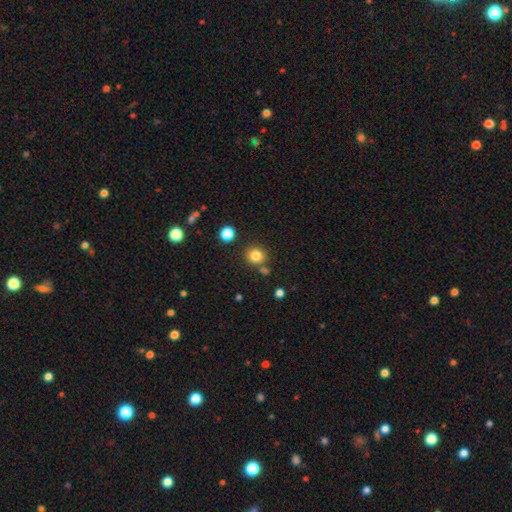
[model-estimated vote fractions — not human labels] Smooth or featured? Predicted: smooth (p=0.82). How rounded? Predicted: round (p=0.91). Merging? Predicted: none (p=0.81).